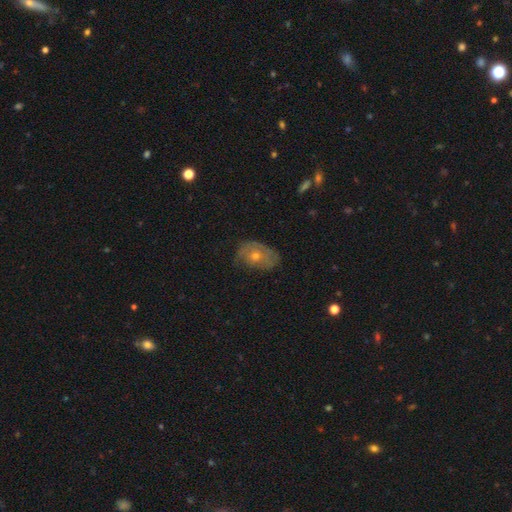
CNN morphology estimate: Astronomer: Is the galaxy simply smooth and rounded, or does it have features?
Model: featured or disk — 52% (runner-up: smooth, 37%).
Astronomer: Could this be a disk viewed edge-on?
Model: no — 92%.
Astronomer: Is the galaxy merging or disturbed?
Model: none — 67%.